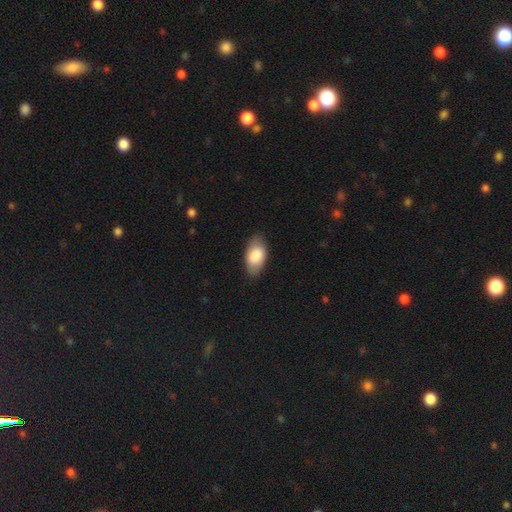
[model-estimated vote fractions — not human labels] A smooth galaxy with no disk features (83%) that is in between round and cigar-shaped (94%).

Vote fractions:
- Smooth or featured? smooth: 83% / featured or disk: 11% / star or artifact: 6%
- How rounded? in between: 94% / round: 4% / cigar-shaped: 2%
- Merging? none: 81% / minor disturbance: 15% / major disturbance: 3% / merger: 1%